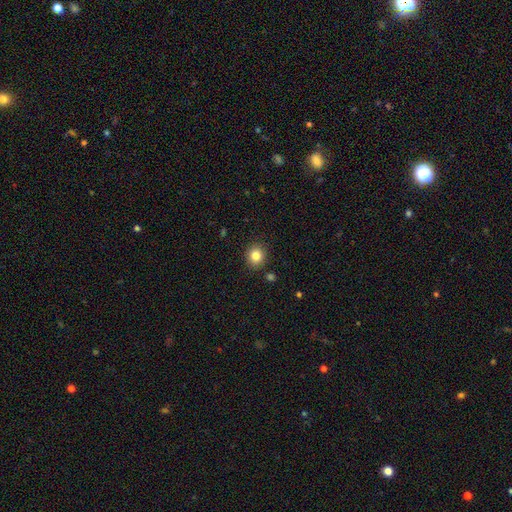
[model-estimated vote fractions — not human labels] smooth 85%, star or artifact 10%, featured or disk 5%. Down the decision tree: how rounded — round (80%); merging — none (89%).